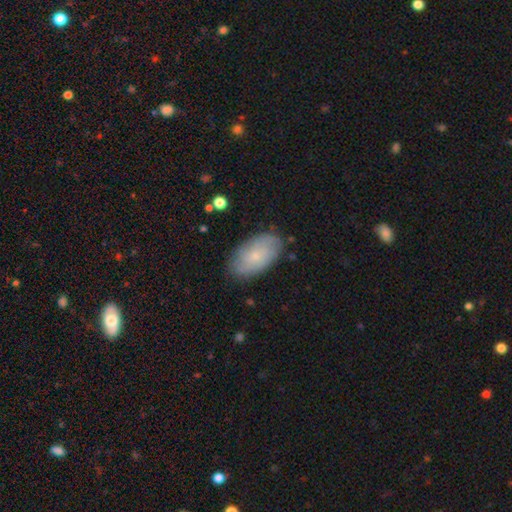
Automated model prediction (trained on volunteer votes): A smooth galaxy with no disk features (56%) that is in between round and cigar-shaped (94%). Merging: none (81%).